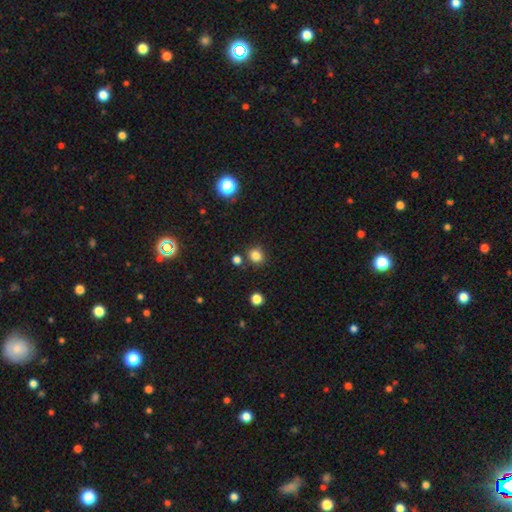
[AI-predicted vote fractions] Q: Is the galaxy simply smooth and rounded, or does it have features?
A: smooth — 82%.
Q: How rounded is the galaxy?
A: round — 79%.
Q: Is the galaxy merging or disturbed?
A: none — 81%.